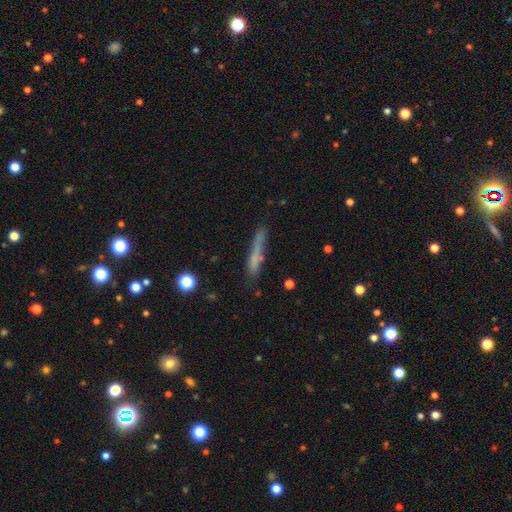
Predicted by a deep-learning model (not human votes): smooth-or-featured: smooth: 63% | featured or disk: 27% | star or artifact: 10%
  how-rounded: cigar-shaped: 92% | in between: 6% | round: 2%
  merging: none: 66% | minor disturbance: 22% | major disturbance: 7% | merger: 5%